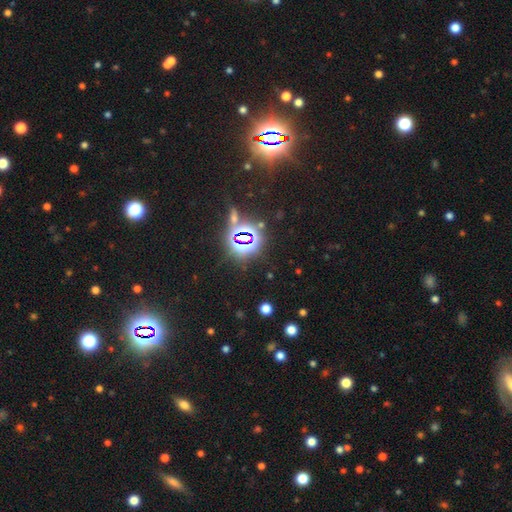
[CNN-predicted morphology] smooth_or_featured: star or artifact (p=0.82) [alt: smooth p=0.11]